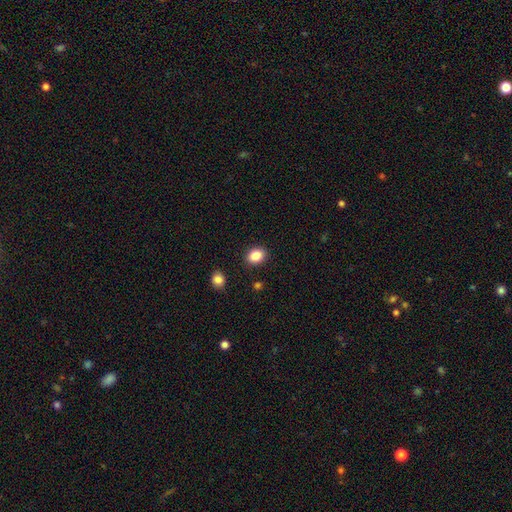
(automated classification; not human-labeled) Q: Smooth or featured?
A: smooth (86%); runner-up: star or artifact (9%)
Q: How rounded?
A: in between (55%); runner-up: round (44%)
Q: Merging?
A: none (89%); runner-up: minor disturbance (7%)